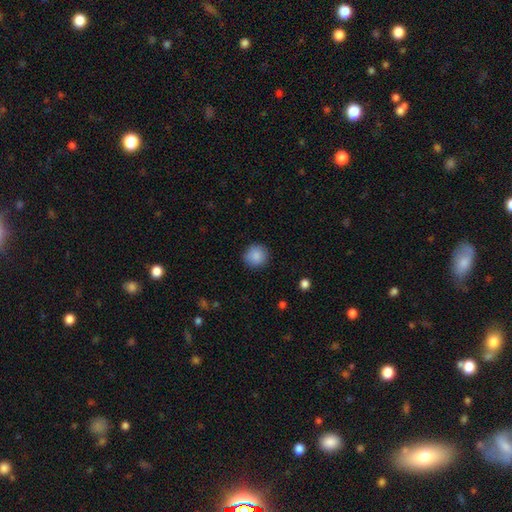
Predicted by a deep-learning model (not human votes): Smooth or featured: smooth — 88% (star or artifact — 8%)
How rounded: round — 90% (in between — 9%)
Merging: none — 88% (minor disturbance — 9%)